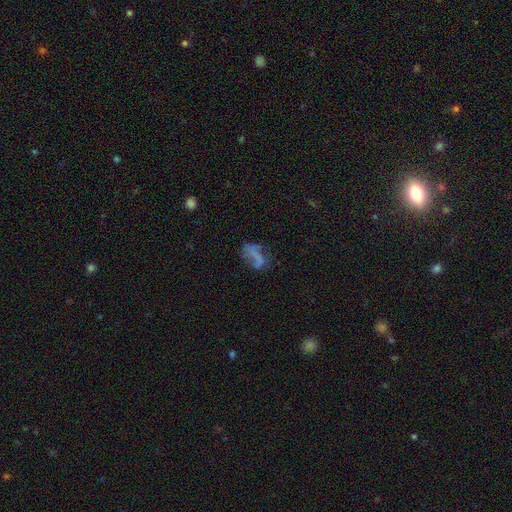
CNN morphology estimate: Smooth or featured?
  - featured or disk: 41% *
  - smooth: 40%
  - star or artifact: 18%
Merging?
  - none: 38% *
  - major disturbance: 30%
  - minor disturbance: 22%
  - merger: 9%